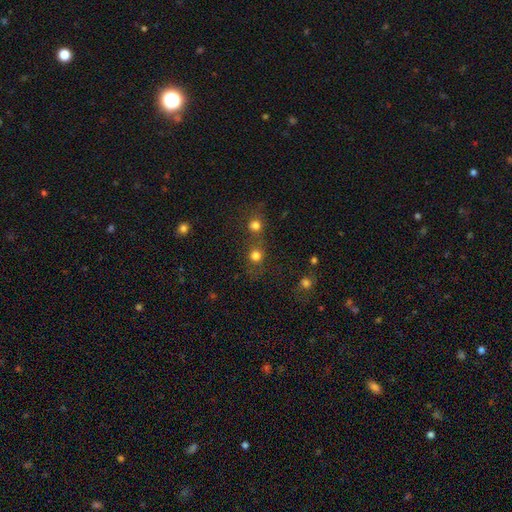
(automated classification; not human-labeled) A smooth galaxy with no disk features (75%) that is round (87%).

Vote fractions:
- Smooth or featured? smooth: 75% / star or artifact: 17% / featured or disk: 8%
- How rounded? round: 87% / in between: 12% / cigar-shaped: 1%
- Merging? none: 53% / merger: 33% / minor disturbance: 8% / major disturbance: 5%